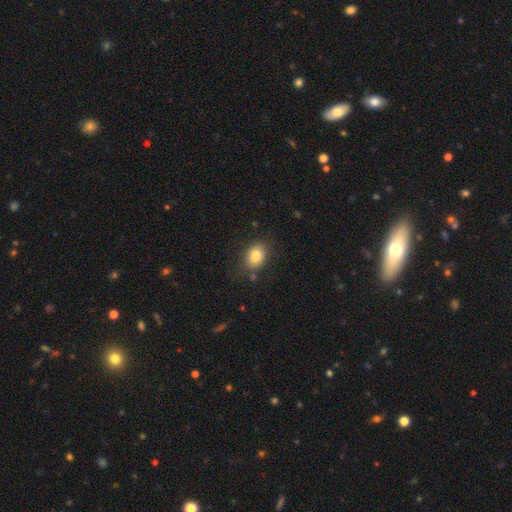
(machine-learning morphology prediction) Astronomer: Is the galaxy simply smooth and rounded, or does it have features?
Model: smooth — 83%.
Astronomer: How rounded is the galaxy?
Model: in between — 64%.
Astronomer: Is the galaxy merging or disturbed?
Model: none — 78%.